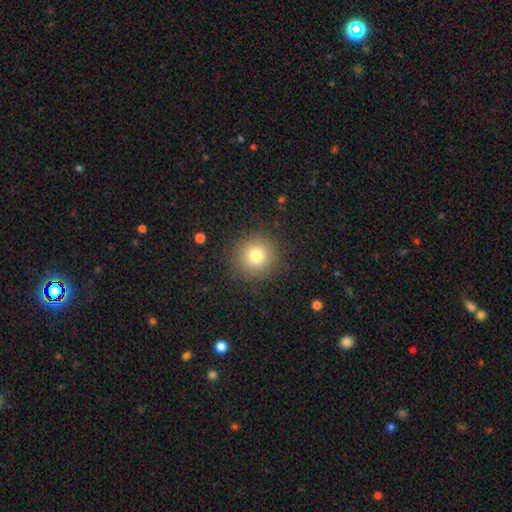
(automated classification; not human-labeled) Morphology: type=smooth (79%); roundness=round (95%); merging=none (90%).